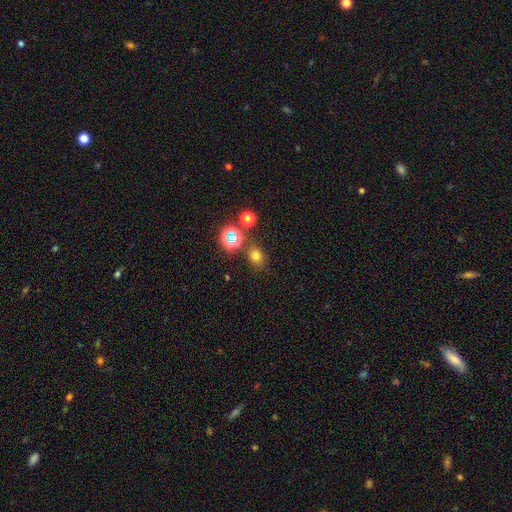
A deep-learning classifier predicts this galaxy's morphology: A smooth galaxy with no disk features (71%) that is round (60%).

Vote fractions:
- Smooth or featured? smooth: 71% / star or artifact: 22% / featured or disk: 7%
- How rounded? round: 60% / in between: 39% / cigar-shaped: 1%
- Merging? none: 79% / minor disturbance: 10% / merger: 7% / major disturbance: 3%